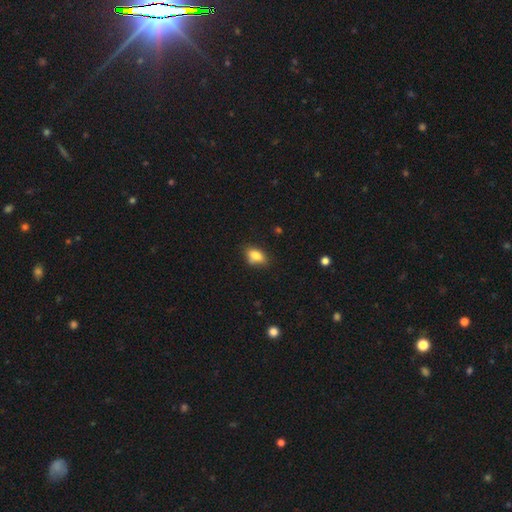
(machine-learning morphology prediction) The model was most divided on "merging": none: 70%, minor disturbance: 22%, major disturbance: 4%, merger: 4%. More confident: how rounded — in between (83%); smooth or featured — smooth (82%).